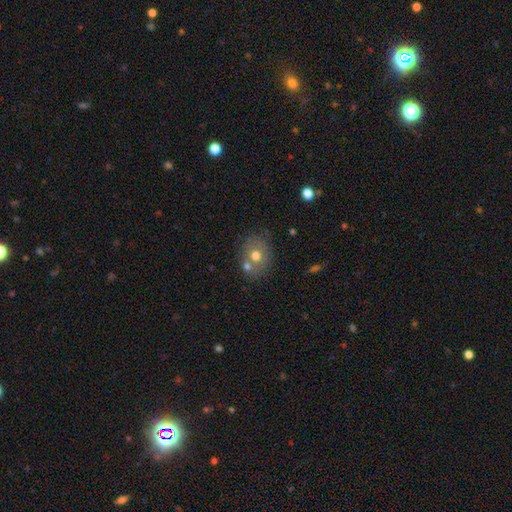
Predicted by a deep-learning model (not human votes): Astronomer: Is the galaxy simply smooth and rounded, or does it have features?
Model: smooth — 66%.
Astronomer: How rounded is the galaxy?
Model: round — 58% (runner-up: in between, 41%).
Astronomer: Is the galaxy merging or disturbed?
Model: none — 59%.